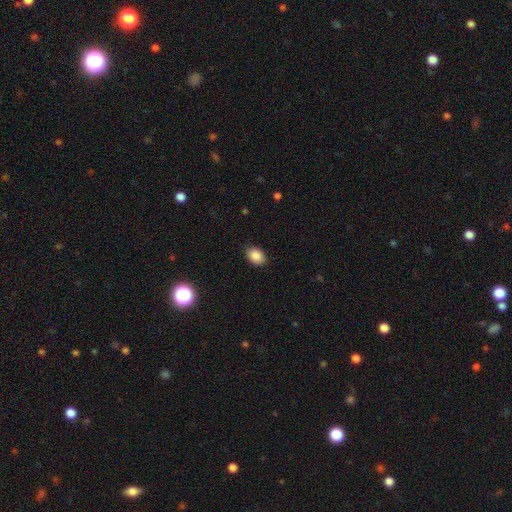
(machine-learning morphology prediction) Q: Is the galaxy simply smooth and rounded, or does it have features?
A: smooth — 88%.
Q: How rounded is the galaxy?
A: in between — 83%.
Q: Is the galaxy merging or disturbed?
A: none — 88%.